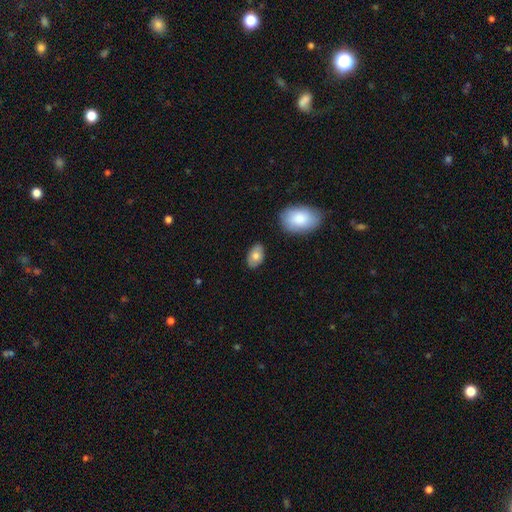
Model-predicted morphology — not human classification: type=smooth (76%); roundness=in between (92%); merging=none (83%).